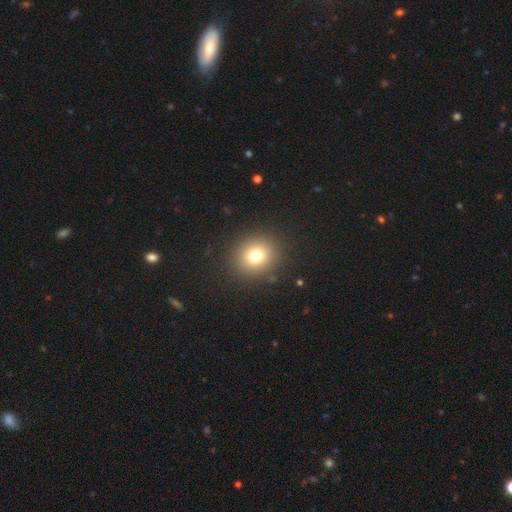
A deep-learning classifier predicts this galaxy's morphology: Overall: smooth (76%). How rounded: round (81%). Merging: none (89%).